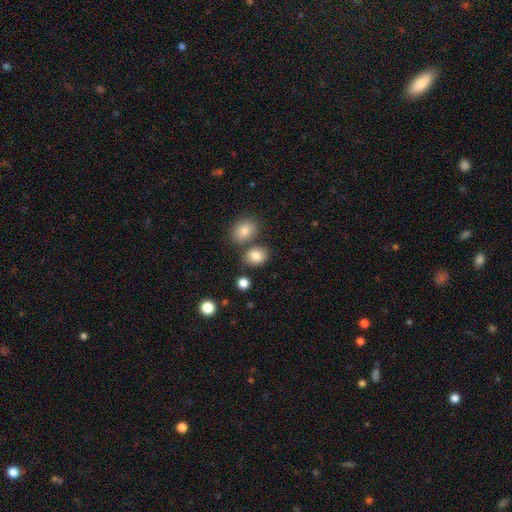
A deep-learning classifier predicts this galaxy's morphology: The model was most divided on "how rounded": in between: 59%, round: 40%, cigar-shaped: 1%. More confident: smooth or featured — smooth (83%); merging — none (68%).